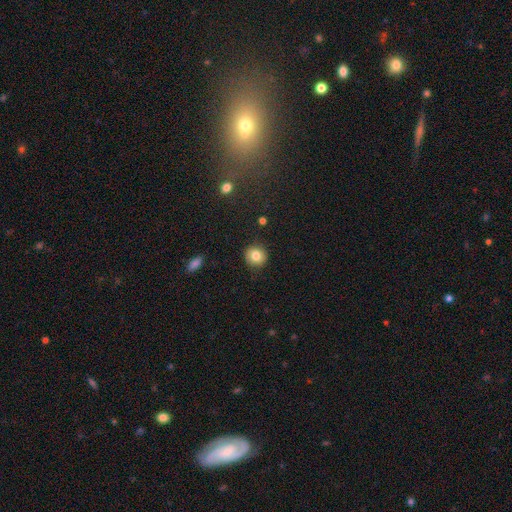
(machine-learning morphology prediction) The model was most divided on "smooth or featured": smooth: 81%, featured or disk: 9%, star or artifact: 9%. More confident: how rounded — round (90%); merging — none (89%).